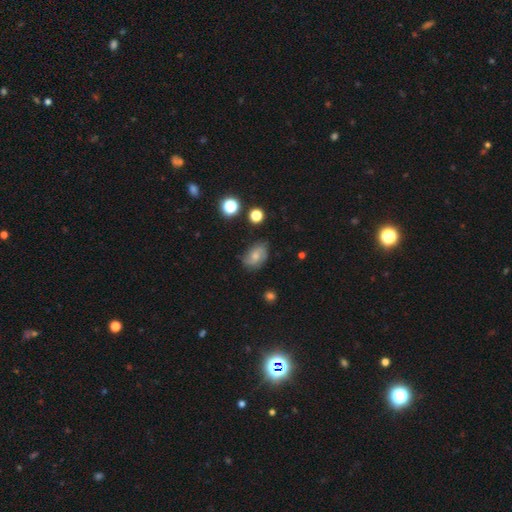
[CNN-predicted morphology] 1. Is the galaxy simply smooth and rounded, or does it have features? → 49% smooth, 40% featured or disk, 11% star or artifact.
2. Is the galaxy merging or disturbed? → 70% none, 22% minor disturbance, 6% major disturbance, 2% merger.